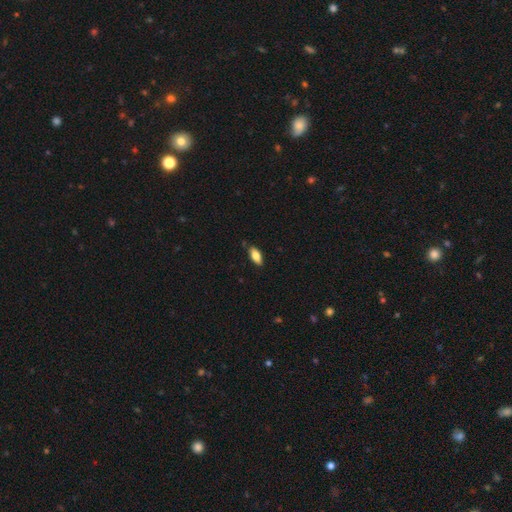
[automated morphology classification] smooth-or-featured: smooth: 78% | featured or disk: 15% | star or artifact: 7%
  how-rounded: in between: 86% | cigar-shaped: 12% | round: 2%
  merging: none: 84% | minor disturbance: 12% | major disturbance: 2% | merger: 2%